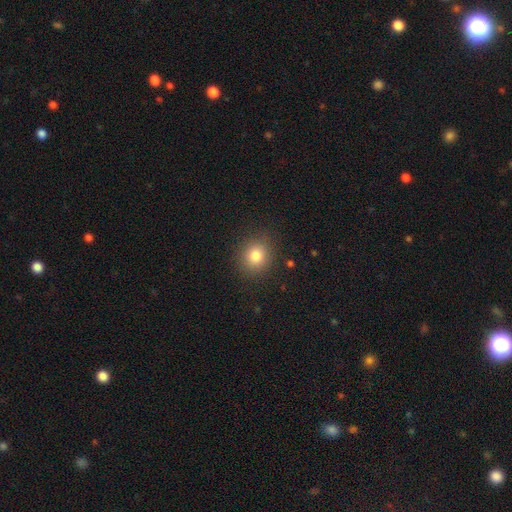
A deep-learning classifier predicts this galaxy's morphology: Smooth or featured?
  - smooth: 81% *
  - star or artifact: 12%
  - featured or disk: 7%
How rounded?
  - round: 78% *
  - in between: 21%
  - cigar-shaped: 1%
Merging?
  - none: 88% *
  - minor disturbance: 8%
  - major disturbance: 3%
  - merger: 1%